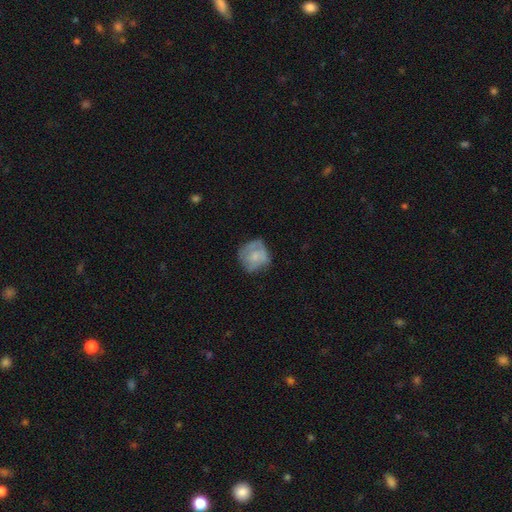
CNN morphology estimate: Smooth or featured? smooth (57%)
How rounded? round (81%)
Merging? none (55%)